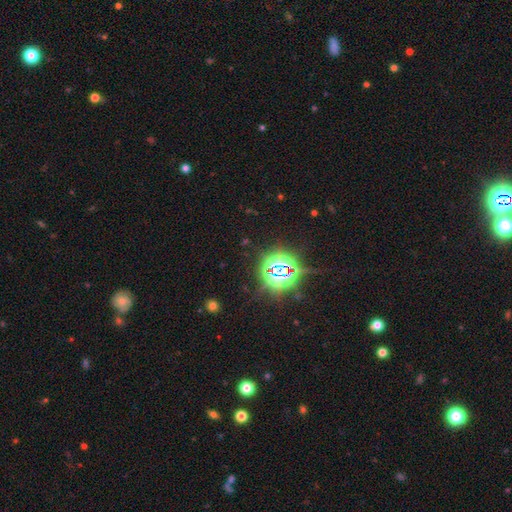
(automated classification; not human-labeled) Overall: star or artifact (83%).